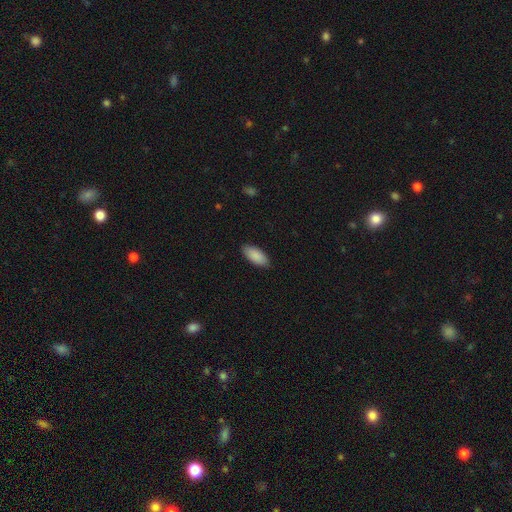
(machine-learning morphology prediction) A smooth galaxy with no disk features (89%) that is in between round and cigar-shaped (89%). Merging: none (87%).